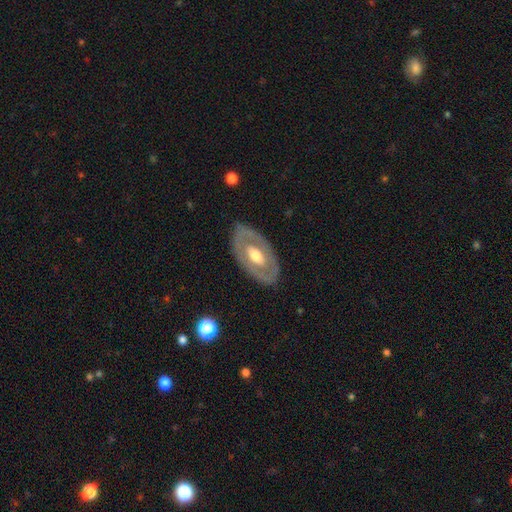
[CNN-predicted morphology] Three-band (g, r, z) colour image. It shows a featured or disk galaxy (65%) with no bar (63%), no spiral arms (80%) and a moderate central bulge (67%). Merging: none (81%).